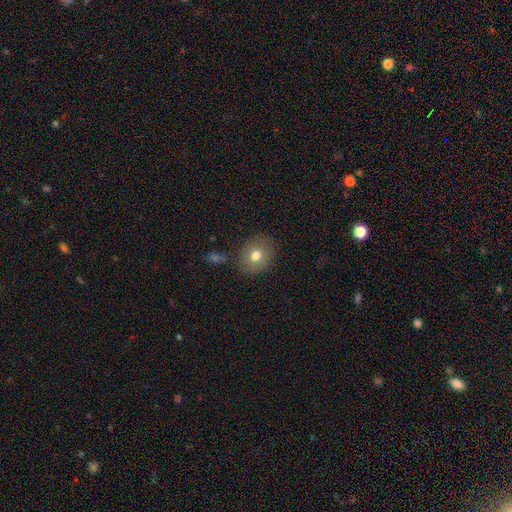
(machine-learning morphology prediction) Smooth or featured?
  - smooth: 74% *
  - featured or disk: 17%
  - star or artifact: 10%
How rounded?
  - round: 69% *
  - in between: 30%
  - cigar-shaped: 1%
Merging?
  - none: 82% *
  - minor disturbance: 11%
  - merger: 4%
  - major disturbance: 4%